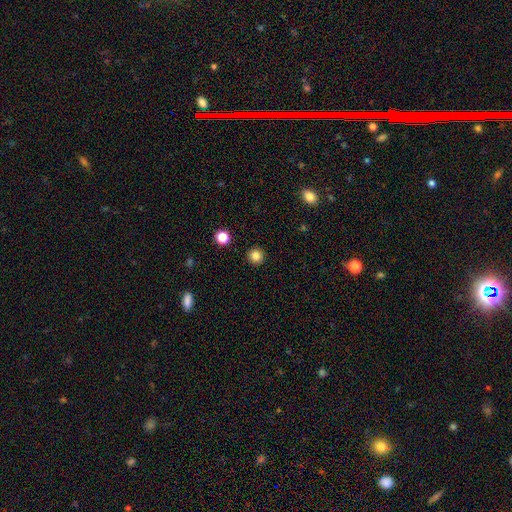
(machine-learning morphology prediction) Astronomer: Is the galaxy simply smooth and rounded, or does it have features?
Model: smooth — 83%.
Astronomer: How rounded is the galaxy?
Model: round — 93%.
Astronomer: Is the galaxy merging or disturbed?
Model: none — 92%.